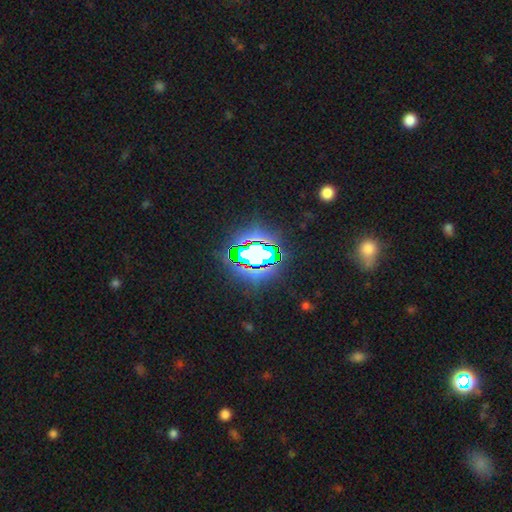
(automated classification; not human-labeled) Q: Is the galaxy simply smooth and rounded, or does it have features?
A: star or artifact — 73%.